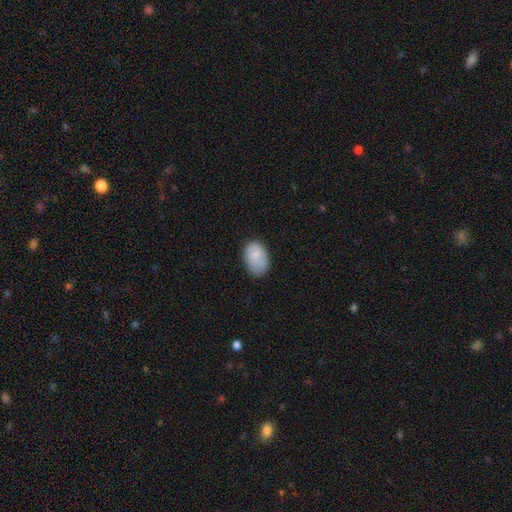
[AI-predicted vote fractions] Q: Smooth or featured?
A: smooth (81%); runner-up: featured or disk (13%)
Q: How rounded?
A: in between (86%); runner-up: round (13%)
Q: Merging?
A: none (64%); runner-up: minor disturbance (27%)